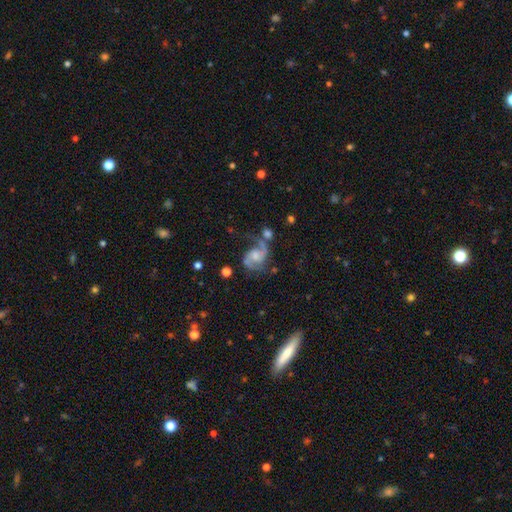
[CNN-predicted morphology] Smooth or featured? featured or disk (85%)
Edge-on disk? no (98%)
Bar? no (56%)
Spiral arms? yes (96%)
Spiral winding? medium (51%)
Spiral arm count? 2 (88%)
Bulge size? small (42%)
Merging? none (45%)